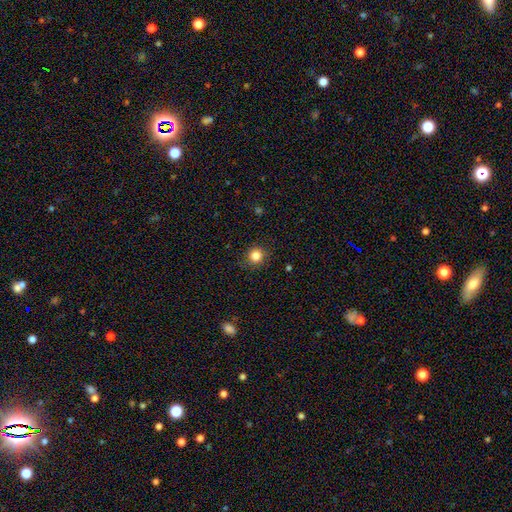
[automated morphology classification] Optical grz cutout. It shows a smooth galaxy with no disk features (84%) that is round (92%). Merging: none (89%).